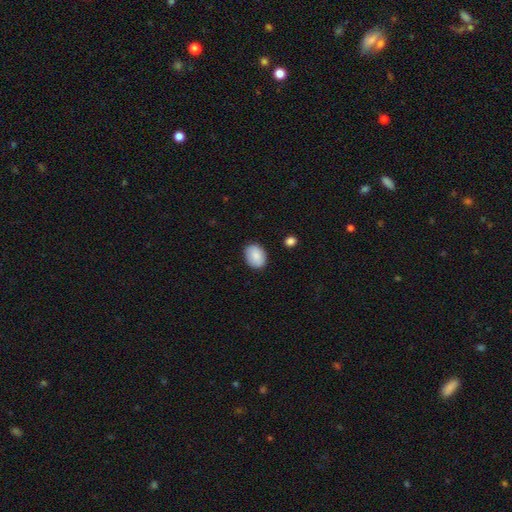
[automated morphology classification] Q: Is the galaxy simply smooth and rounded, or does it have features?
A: smooth — 88%.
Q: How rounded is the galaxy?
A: in between — 68%.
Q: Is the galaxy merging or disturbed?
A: none — 86%.